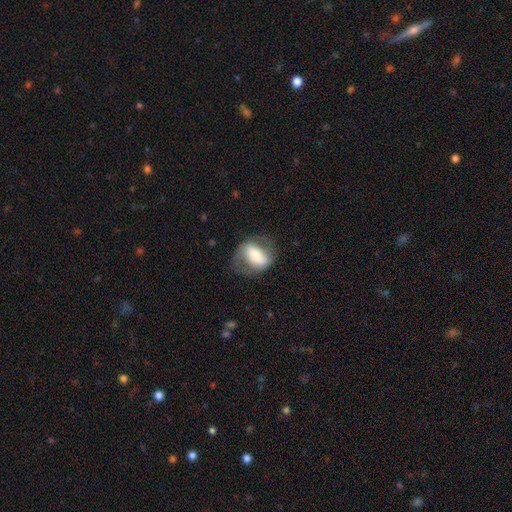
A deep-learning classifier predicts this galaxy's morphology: This is possibly a featured or disk galaxy (50%). It is clearly not viewed edge-on (91%). Merging: likely none (68%).